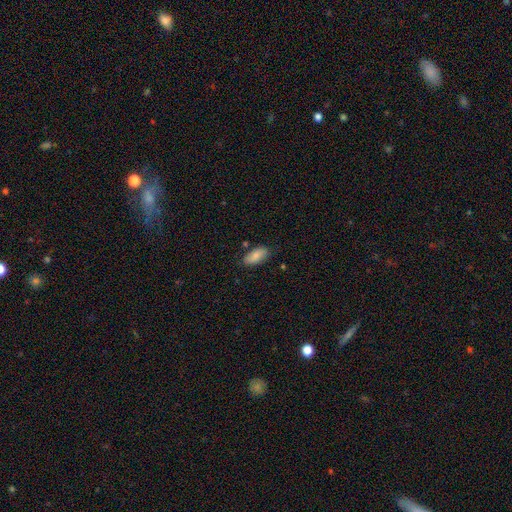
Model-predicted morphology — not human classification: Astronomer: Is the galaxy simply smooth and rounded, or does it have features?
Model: smooth — 83%.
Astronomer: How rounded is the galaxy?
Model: in between — 92%.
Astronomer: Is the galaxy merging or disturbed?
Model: none — 80%.